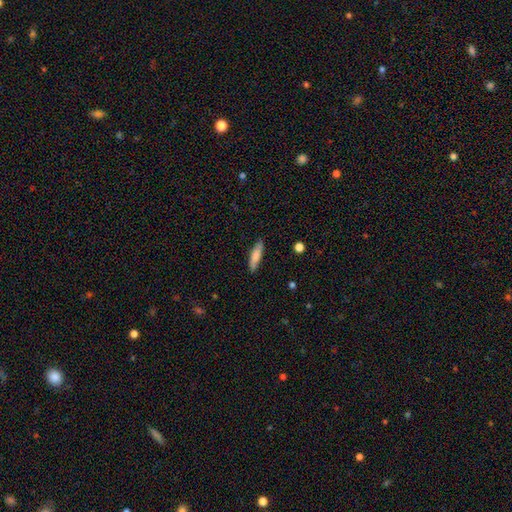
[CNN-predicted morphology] Smooth or featured? smooth (77%)
How rounded? cigar-shaped (74%)
Merging? none (87%)